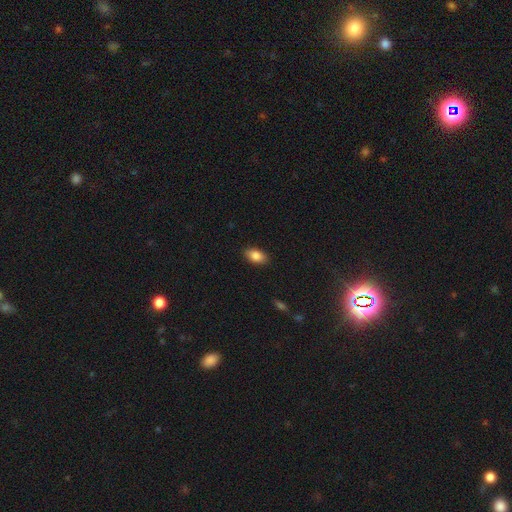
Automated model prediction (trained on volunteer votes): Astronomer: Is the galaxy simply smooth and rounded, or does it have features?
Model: smooth — 86%.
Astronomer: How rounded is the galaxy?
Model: in between — 92%.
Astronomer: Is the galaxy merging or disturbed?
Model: none — 89%.